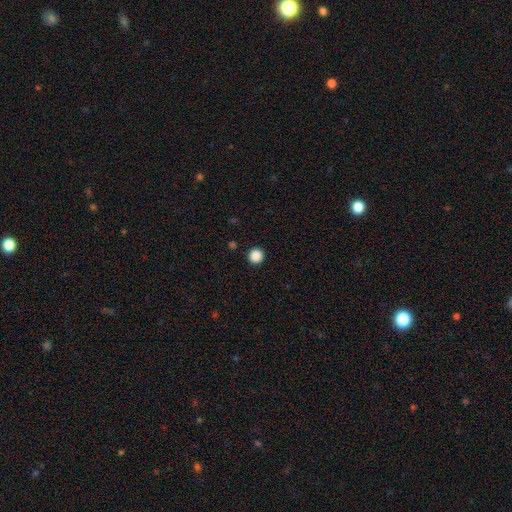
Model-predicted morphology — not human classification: smooth_or_featured: smooth (p=0.87) [alt: star or artifact p=0.10]
how_rounded: round (p=0.96) [alt: in between p=0.03]
merging: none (p=0.93) [alt: minor disturbance p=0.04]